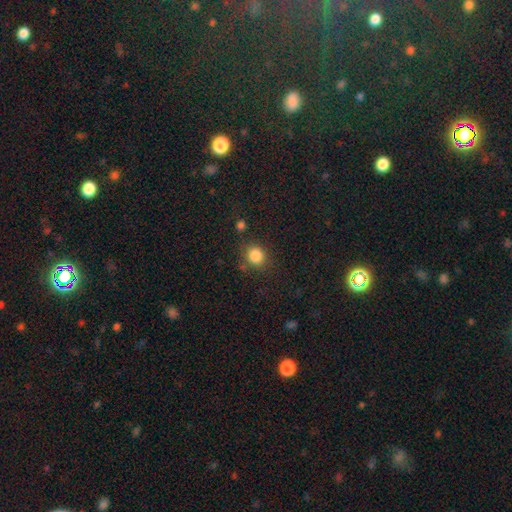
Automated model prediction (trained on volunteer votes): A smooth galaxy with no disk features (84%) that is round (81%). Merging: none (77%).